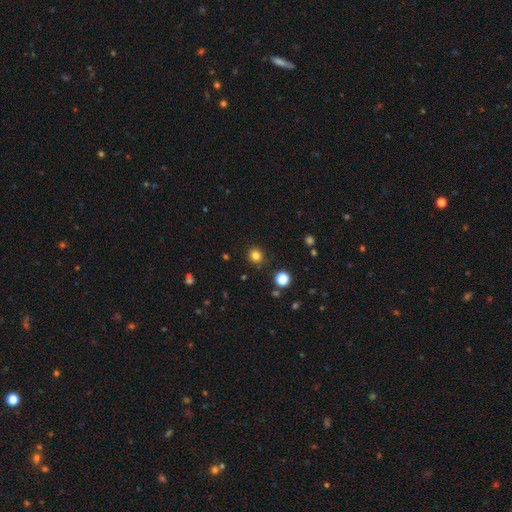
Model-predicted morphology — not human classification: Smooth or featured: smooth — 82% (star or artifact — 14%)
How rounded: round — 91% (in between — 9%)
Merging: none — 89% (minor disturbance — 7%)